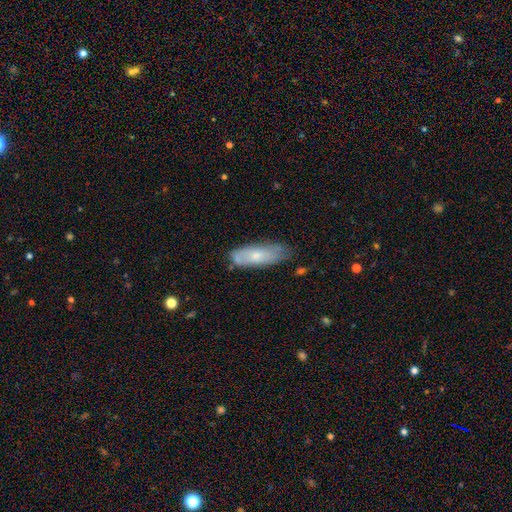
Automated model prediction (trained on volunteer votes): smooth 61%, featured or disk 32%, star or artifact 6%. Down the decision tree: how rounded — in between (57%); merging — none (62%).